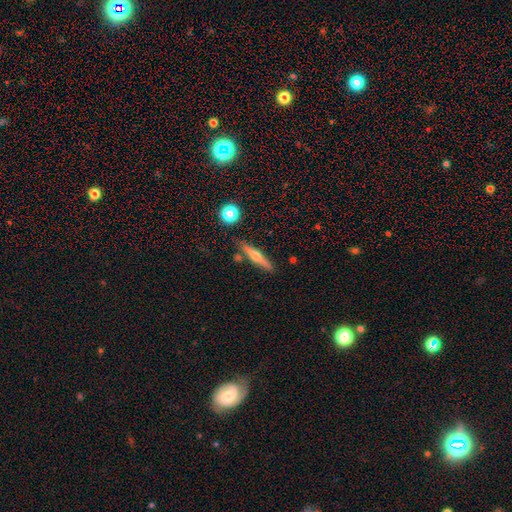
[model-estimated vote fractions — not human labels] Smooth or featured?
  - featured or disk: 58% *
  - smooth: 35%
  - star or artifact: 7%
Edge-on disk?
  - yes: 96% *
  - no: 4%
Edge-on bulge?
  - rounded: 90% *
  - none: 6%
  - boxy: 4%
Merging?
  - none: 82% *
  - minor disturbance: 10%
  - merger: 6%
  - major disturbance: 2%